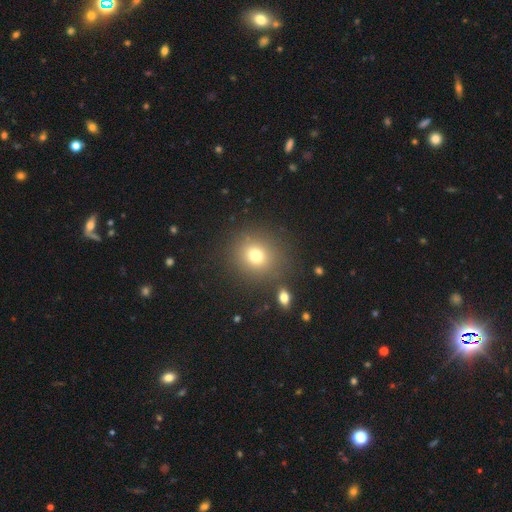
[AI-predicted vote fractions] Smooth or featured?
  - smooth: 74% *
  - star or artifact: 16%
  - featured or disk: 10%
How rounded?
  - round: 81% *
  - in between: 18%
  - cigar-shaped: 1%
Merging?
  - none: 83% *
  - minor disturbance: 8%
  - merger: 5%
  - major disturbance: 4%